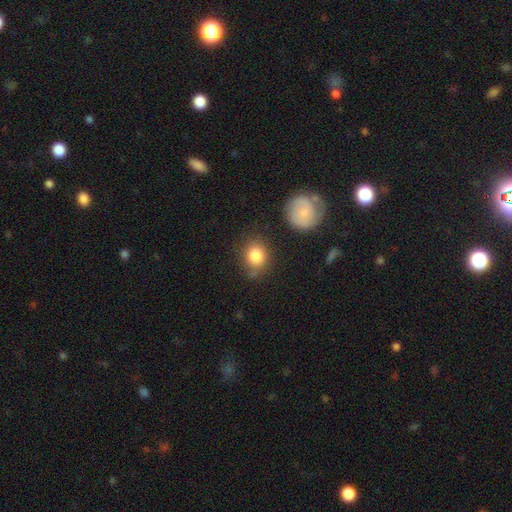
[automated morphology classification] type=smooth (84%); roundness=round (66%); merging=none (72%).